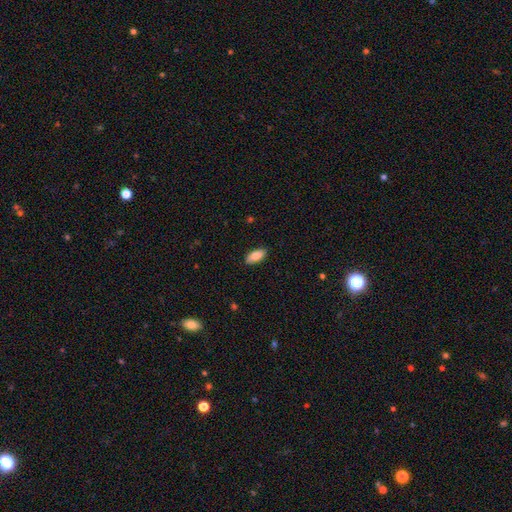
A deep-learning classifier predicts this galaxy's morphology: Smooth or featured? Predicted: smooth (p=0.82). How rounded? Predicted: in between (p=0.85). Merging? Predicted: none (p=0.88).